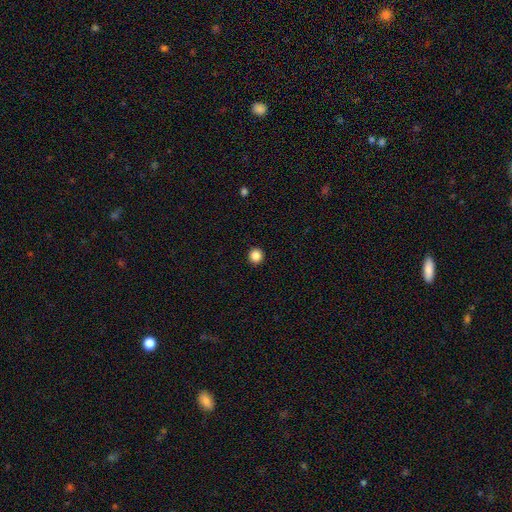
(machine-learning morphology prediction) Smooth or featured: smooth — 86% (star or artifact — 11%)
How rounded: round — 96% (in between — 3%)
Merging: none — 94% (minor disturbance — 4%)